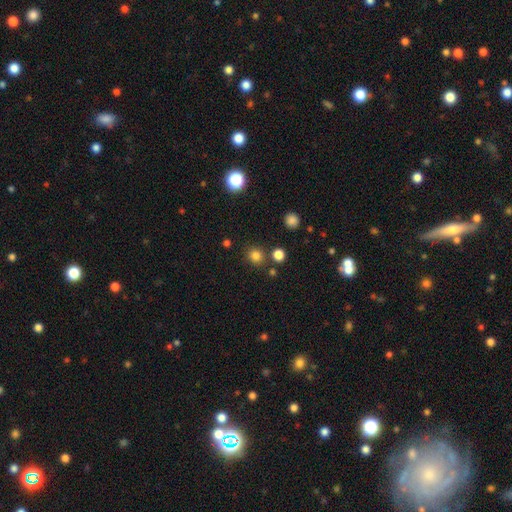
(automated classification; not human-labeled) Overall: smooth (80%). How rounded: round (84%). Merging: none (83%).